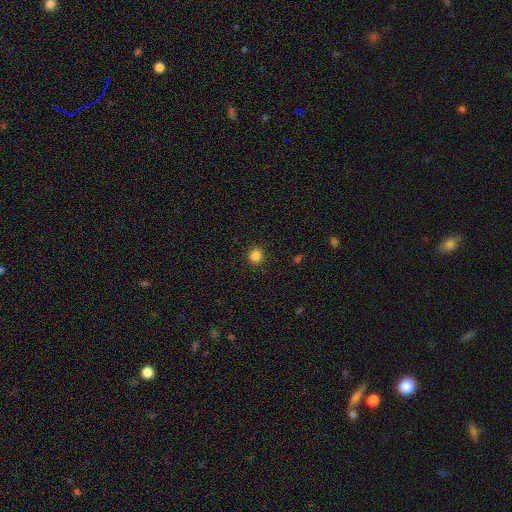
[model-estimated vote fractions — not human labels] smooth 85%, star or artifact 12%, featured or disk 4%. Down the decision tree: how rounded — round (89%); merging — none (91%).